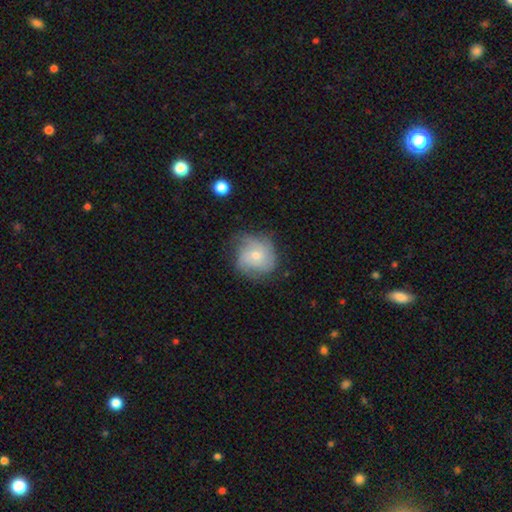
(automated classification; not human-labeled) Overall: featured or disk (50%; smooth 41%). Edge-on disk: no (97%). Merging: none (61%; minor disturbance 26%).